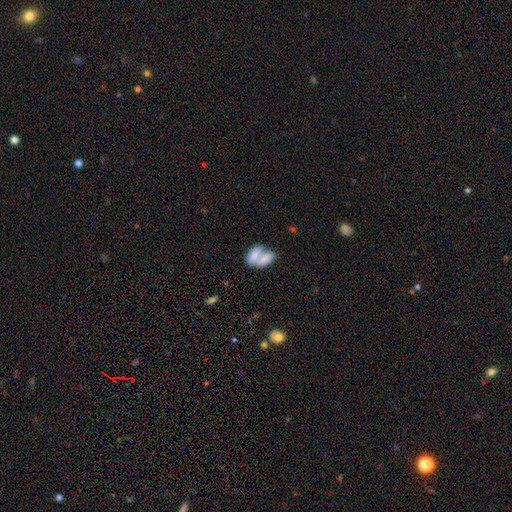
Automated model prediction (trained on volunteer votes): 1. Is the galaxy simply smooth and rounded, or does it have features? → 74% smooth, 19% featured or disk, 7% star or artifact.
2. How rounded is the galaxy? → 88% in between, 8% round, 4% cigar-shaped.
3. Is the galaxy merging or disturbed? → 70% merger, 18% none, 7% minor disturbance, 5% major disturbance.